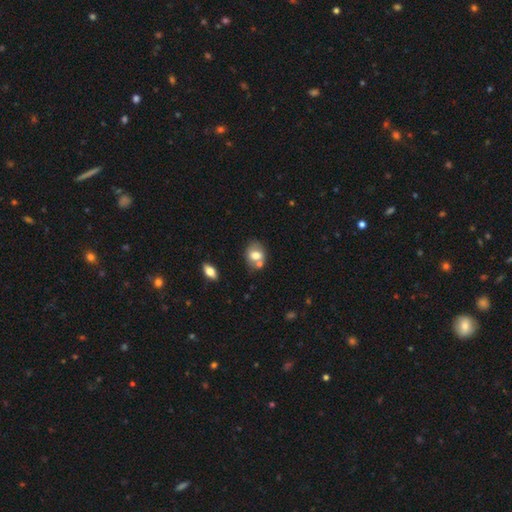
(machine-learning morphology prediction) Smooth or featured? Predicted: smooth (p=0.69). How rounded? Predicted: in between (p=0.57). Merging? Predicted: none (p=0.53).